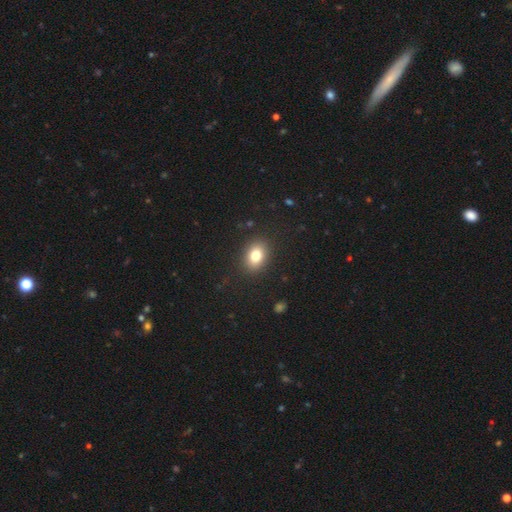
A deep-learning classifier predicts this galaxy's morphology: A smooth galaxy with no disk features (80%) that is in between round and cigar-shaped (67%). Merging: none (88%).